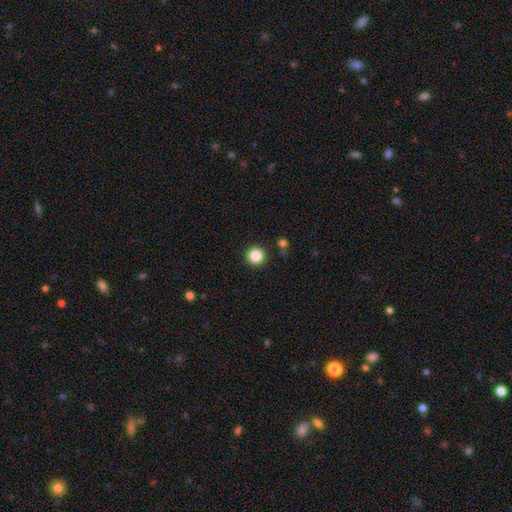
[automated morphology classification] Smooth or featured: smooth — 85% (star or artifact — 11%)
How rounded: round — 96% (in between — 3%)
Merging: none — 91% (minor disturbance — 5%)